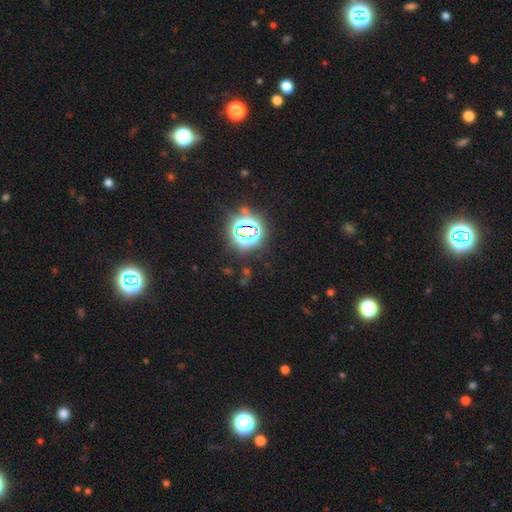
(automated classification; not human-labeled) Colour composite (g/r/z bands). It shows a star or artifact, not a galaxy (80%).